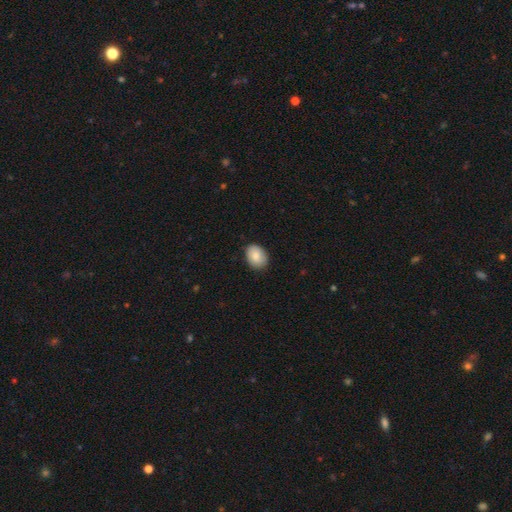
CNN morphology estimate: smooth-or-featured: smooth: 86% | featured or disk: 7% | star or artifact: 7%
  how-rounded: in between: 71% | round: 28% | cigar-shaped: 1%
  merging: none: 87% | minor disturbance: 11% | major disturbance: 2% | merger: 1%